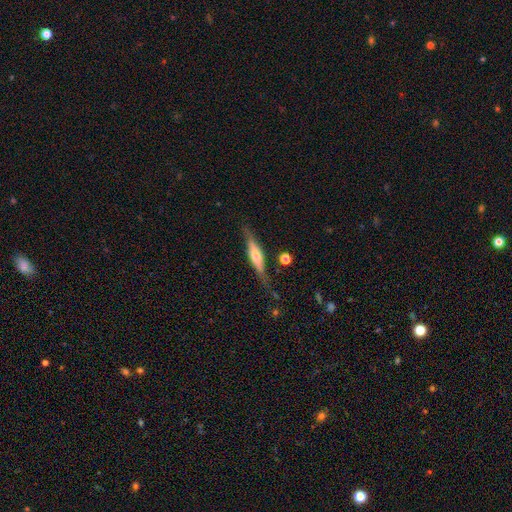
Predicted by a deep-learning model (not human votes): The model was most divided on "smooth or featured": featured or disk: 58%, smooth: 36%, star or artifact: 6%. More confident: edge-on disk — yes (91%); edge-on bulge — rounded (79%); merging — none (75%).